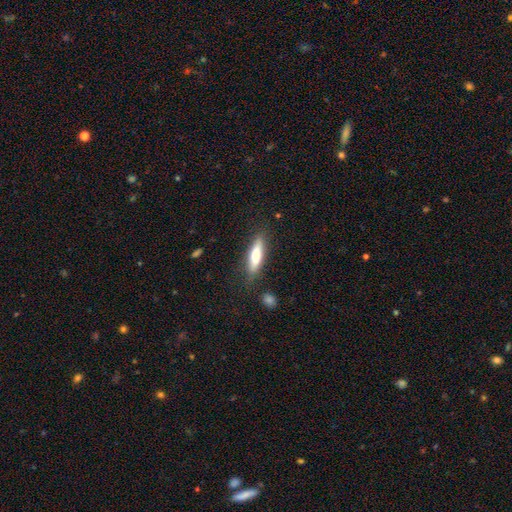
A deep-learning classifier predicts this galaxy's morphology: type=smooth (65%); roundness=cigar-shaped (70%); merging=none (81%).